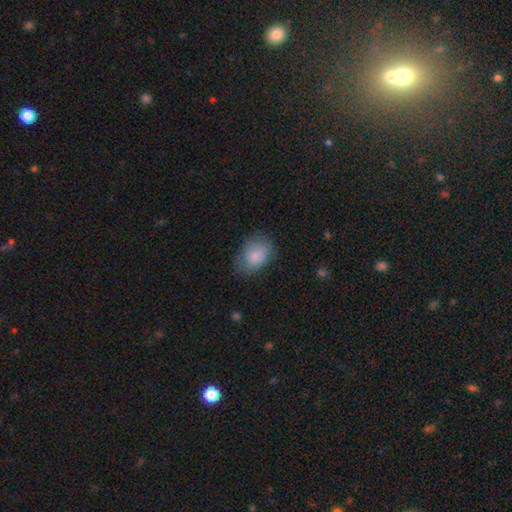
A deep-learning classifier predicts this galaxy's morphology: smooth-or-featured: smooth: 84% | featured or disk: 9% | star or artifact: 7%
  how-rounded: in between: 76% | round: 22% | cigar-shaped: 1%
  merging: none: 68% | minor disturbance: 23% | major disturbance: 8% | merger: 1%